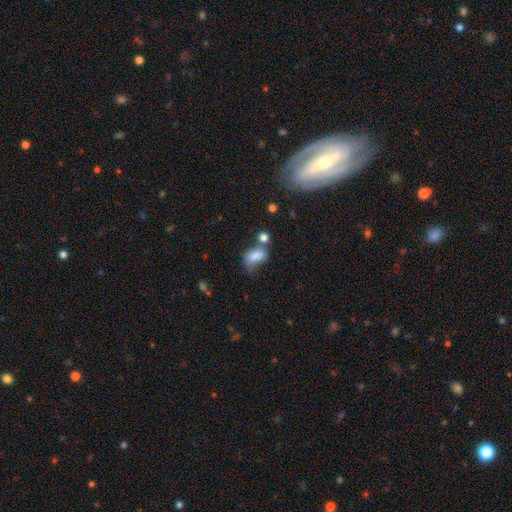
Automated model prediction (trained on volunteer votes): A smooth galaxy with no disk features (77%) that is in between round and cigar-shaped (83%). Merging: none (29%).